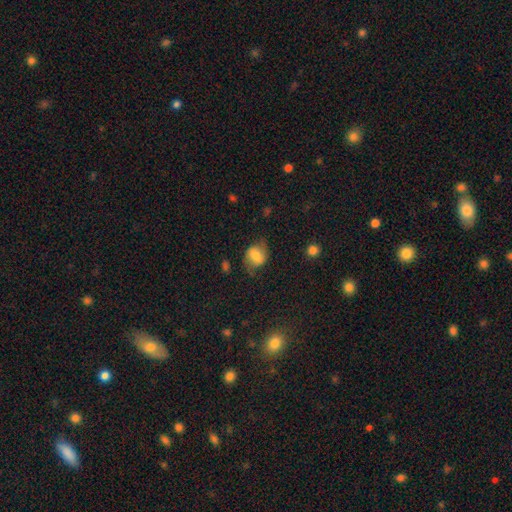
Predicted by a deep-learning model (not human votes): This is possibly a smooth galaxy (59%). How rounded: possibly in between (50%). Merging: likely none (60%).